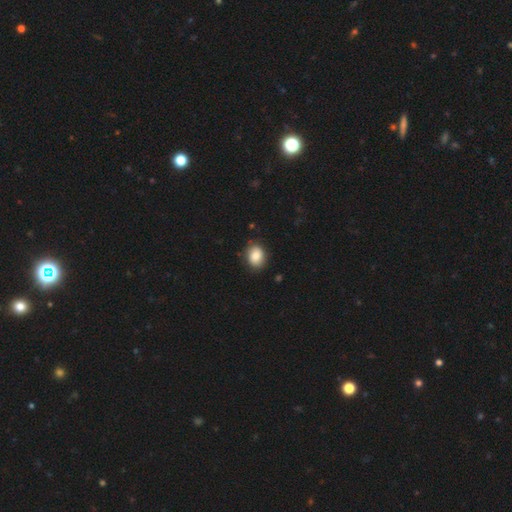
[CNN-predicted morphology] Smooth or featured: smooth — 85% (star or artifact — 8%)
How rounded: in between — 57% (round — 42%)
Merging: none — 84% (minor disturbance — 13%)